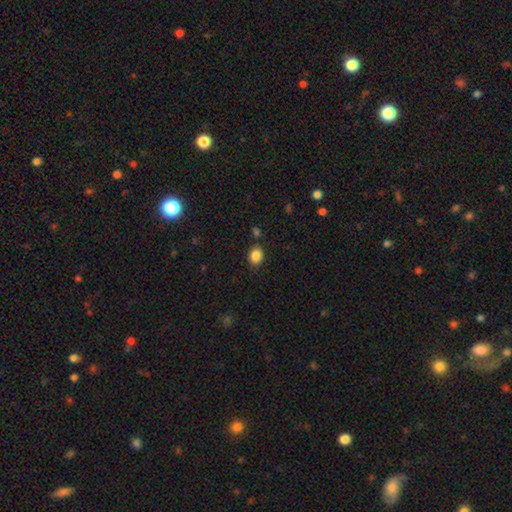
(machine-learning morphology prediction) The model was most divided on "how rounded": round: 54%, in between: 45%, cigar-shaped: 1%. More confident: smooth or featured — smooth (86%); merging — none (82%).